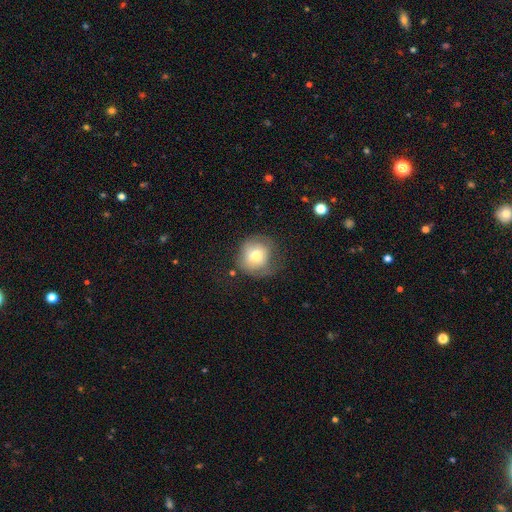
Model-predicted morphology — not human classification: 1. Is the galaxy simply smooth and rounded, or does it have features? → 66% smooth, 25% featured or disk, 9% star or artifact.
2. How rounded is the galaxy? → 87% round, 12% in between, 1% cigar-shaped.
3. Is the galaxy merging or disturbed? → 54% none, 27% minor disturbance, 16% major disturbance, 3% merger.